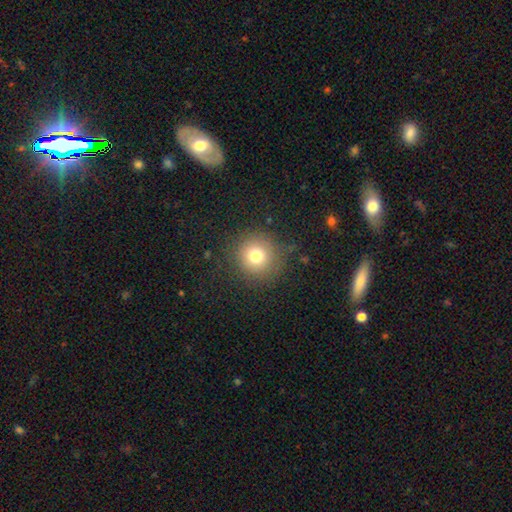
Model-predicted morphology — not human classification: Smooth or featured? Predicted: smooth (p=0.75). How rounded? Predicted: round (p=0.94). Merging? Predicted: none (p=0.84).